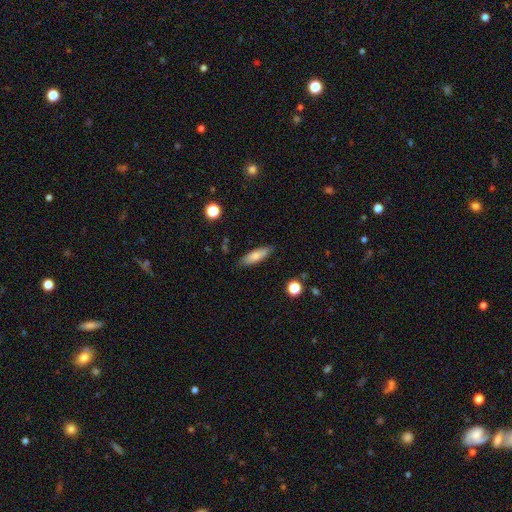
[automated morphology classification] smooth 77%, featured or disk 16%, star or artifact 7%. Down the decision tree: how rounded — cigar-shaped (52%); merging — none (85%).